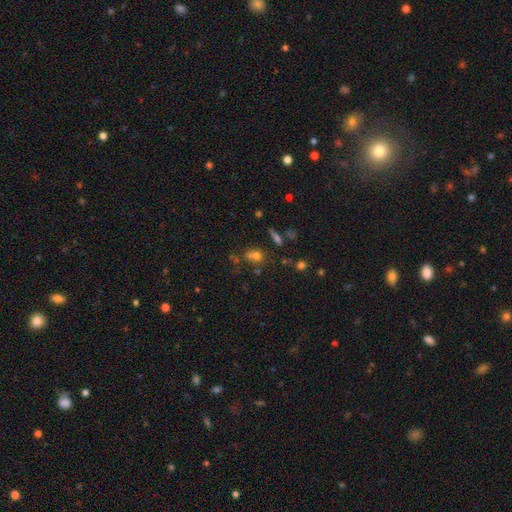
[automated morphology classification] A smooth galaxy with no disk features (62%) that is round (52%). Merging: none (48%).